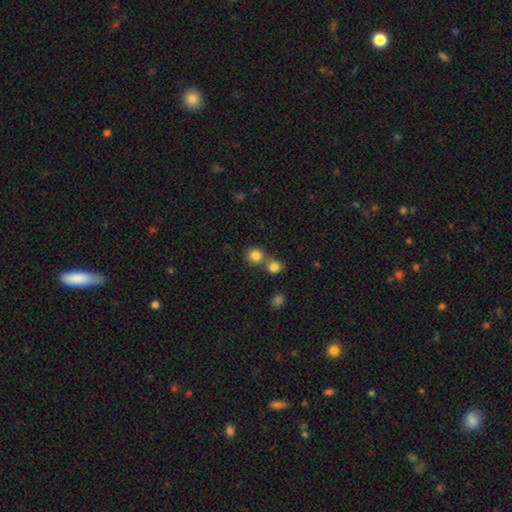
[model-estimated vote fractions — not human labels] smooth_or_featured: smooth (p=0.83) [alt: star or artifact p=0.11]
how_rounded: round (p=0.89) [alt: in between p=0.10]
merging: none (p=0.57) [alt: merger p=0.34]